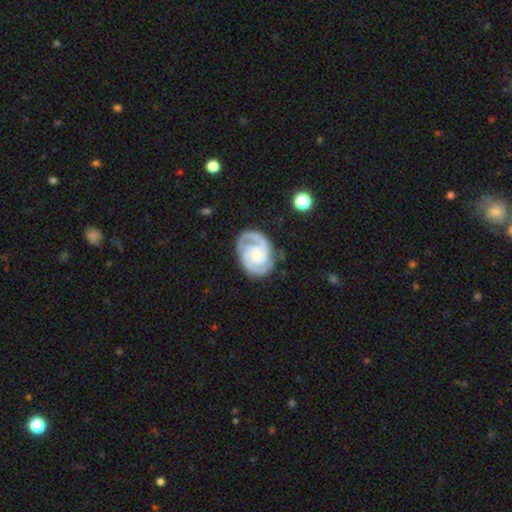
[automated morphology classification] Smooth or featured?
  - featured or disk: 89% *
  - smooth: 7%
  - star or artifact: 4%
Edge-on disk?
  - no: 98% *
  - yes: 2%
Bar?
  - no: 65% *
  - weak: 28%
  - strong: 7%
Spiral arms?
  - yes: 98% *
  - no: 2%
Spiral winding?
  - tight: 65% *
  - medium: 31%
  - loose: 5%
Spiral arm count?
  - 2: 73% *
  - 3: 13%
  - can't tell: 7%
  - 1: 3%
  - 4: 2%
  - more than 4: 2%
Bulge size?
  - small: 57% *
  - moderate: 23%
  - none: 14%
  - large: 4%
  - dominant: 1%
Merging?
  - none: 77% *
  - minor disturbance: 15%
  - major disturbance: 6%
  - merger: 2%